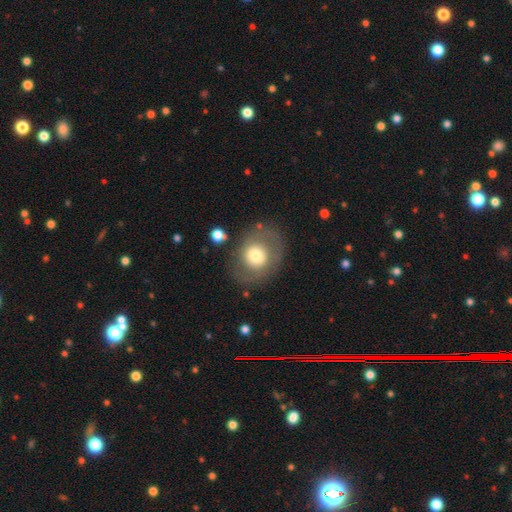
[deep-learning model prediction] A smooth galaxy with no disk features (61%) that is round (57%).

Vote fractions:
- Smooth or featured? smooth: 61% / featured or disk: 31% / star or artifact: 8%
- How rounded? round: 57% / in between: 42% / cigar-shaped: 1%
- Merging? none: 75% / minor disturbance: 14% / major disturbance: 9% / merger: 3%